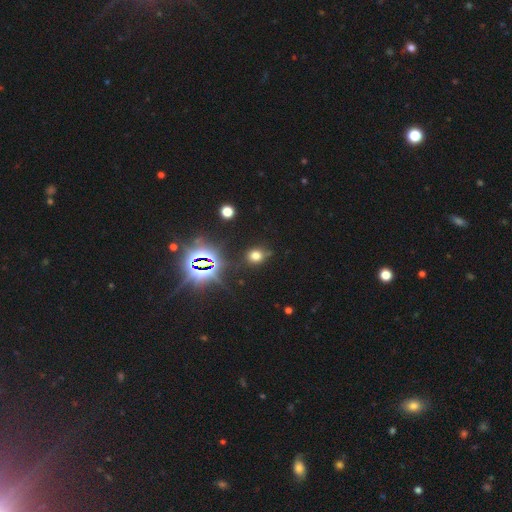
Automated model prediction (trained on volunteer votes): The model was most divided on "smooth or featured": smooth: 62%, star or artifact: 30%, featured or disk: 9%. More confident: merging — none (76%); how rounded — round (68%).